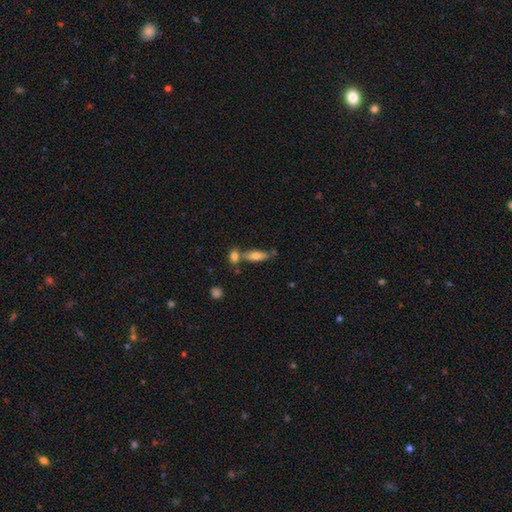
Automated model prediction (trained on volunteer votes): smooth-or-featured: smooth: 65% | featured or disk: 27% | star or artifact: 8%
  how-rounded: in between: 52% | cigar-shaped: 45% | round: 3%
  merging: none: 52% | merger: 29% | minor disturbance: 13% | major disturbance: 5%